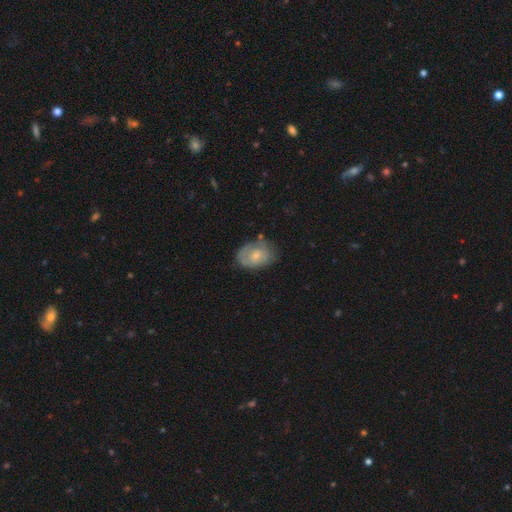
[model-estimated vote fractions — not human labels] smooth_or_featured: smooth (p=0.51) [alt: featured or disk p=0.42]
how_rounded: in between (p=0.77) [alt: round p=0.22]
merging: none (p=0.60) [alt: minor disturbance p=0.28]